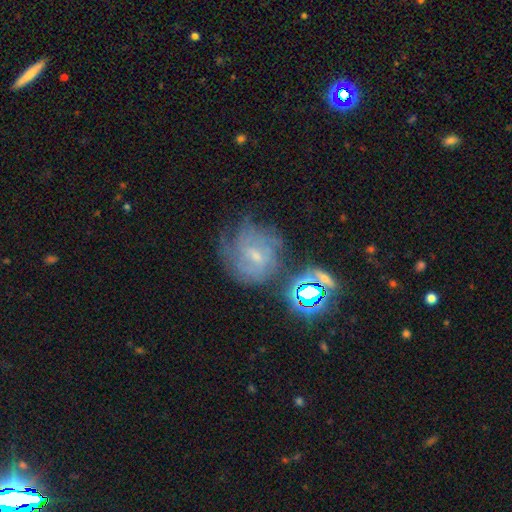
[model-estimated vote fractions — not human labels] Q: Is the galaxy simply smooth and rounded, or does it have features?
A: featured or disk — 63%.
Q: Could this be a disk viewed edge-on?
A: no — 97%.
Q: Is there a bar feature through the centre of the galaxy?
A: weak — 52%.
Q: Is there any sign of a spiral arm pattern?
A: yes — 87%.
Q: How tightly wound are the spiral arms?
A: tight — 58%.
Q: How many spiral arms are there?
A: can't tell — 51%.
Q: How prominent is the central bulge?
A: small — 69%.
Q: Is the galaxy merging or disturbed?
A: none — 60%.